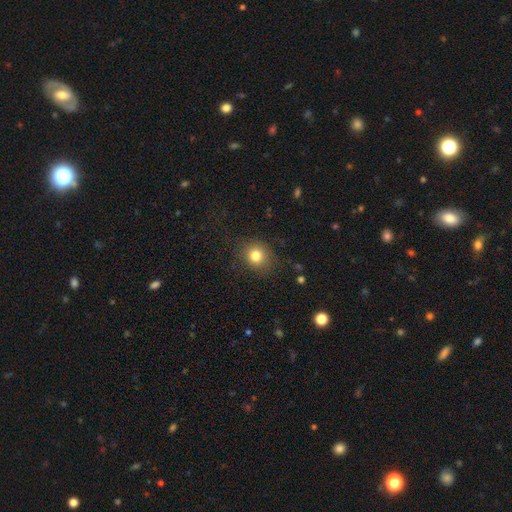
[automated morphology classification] smooth-or-featured: smooth: 81% | star or artifact: 12% | featured or disk: 7%
  how-rounded: round: 81% | in between: 18% | cigar-shaped: 1%
  merging: none: 84% | minor disturbance: 10% | major disturbance: 4% | merger: 1%